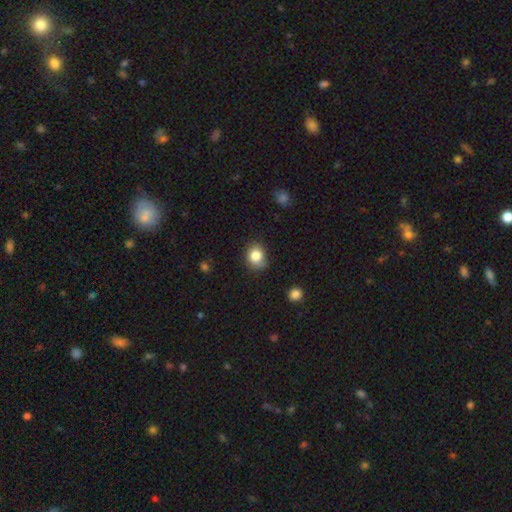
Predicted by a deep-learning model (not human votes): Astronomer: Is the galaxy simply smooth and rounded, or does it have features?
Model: smooth — 83%.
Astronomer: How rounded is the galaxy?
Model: round — 64%.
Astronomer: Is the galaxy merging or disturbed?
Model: none — 71%.